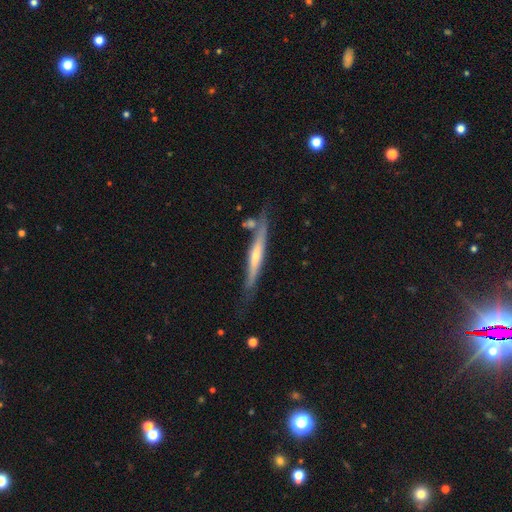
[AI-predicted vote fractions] Smooth or featured: featured or disk — 70% (smooth — 23%)
Edge-on disk: yes — 94% (no — 6%)
Edge-on bulge: rounded — 65% (none — 25%)
Merging: none — 73% (minor disturbance — 18%)